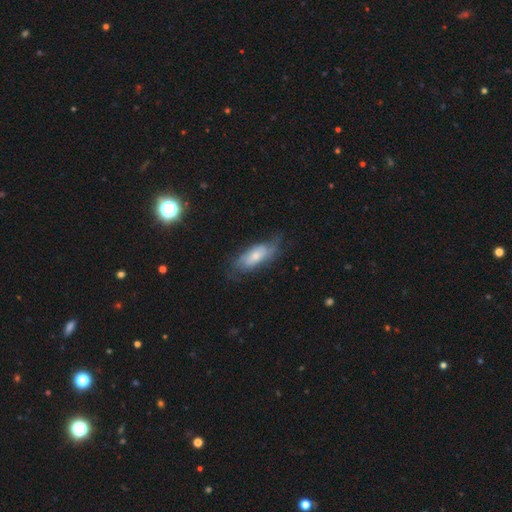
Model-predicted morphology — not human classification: smooth-or-featured: featured or disk: 47% | smooth: 46% | star or artifact: 7%
  merging: none: 58% | minor disturbance: 27% | major disturbance: 13% | merger: 2%